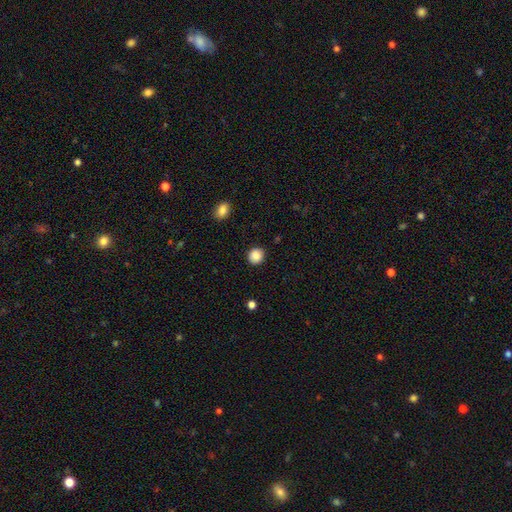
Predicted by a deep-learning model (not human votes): Smooth or featured? Predicted: smooth (p=0.87). How rounded? Predicted: round (p=0.86). Merging? Predicted: none (p=0.90).